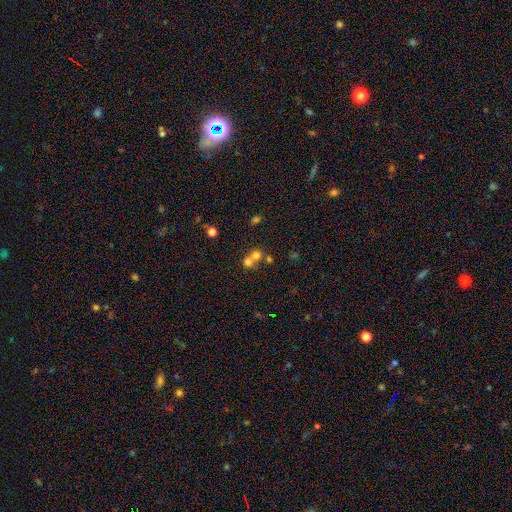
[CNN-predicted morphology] This appears to be a smooth galaxy with no disk features (68%) that is round (80%). Merging: merger (59%).